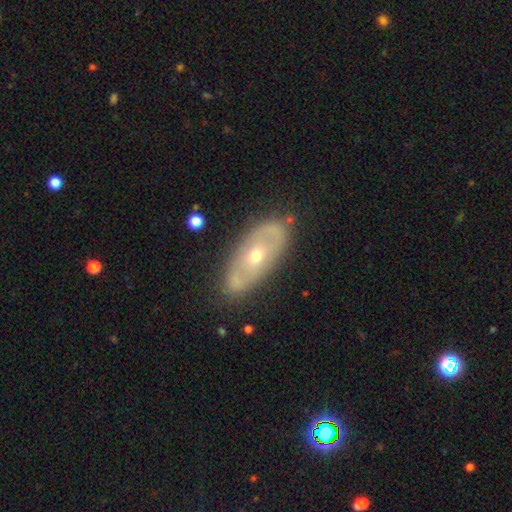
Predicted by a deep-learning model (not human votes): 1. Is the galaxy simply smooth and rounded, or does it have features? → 63% featured or disk, 30% smooth, 6% star or artifact.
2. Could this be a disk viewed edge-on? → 84% no, 16% yes.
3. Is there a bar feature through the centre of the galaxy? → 81% no, 13% weak, 5% strong.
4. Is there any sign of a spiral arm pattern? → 67% no, 33% yes.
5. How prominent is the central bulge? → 52% moderate, 45% small, 2% large, 1% none, 1% dominant.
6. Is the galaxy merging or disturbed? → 76% none, 16% minor disturbance, 4% major disturbance, 3% merger.